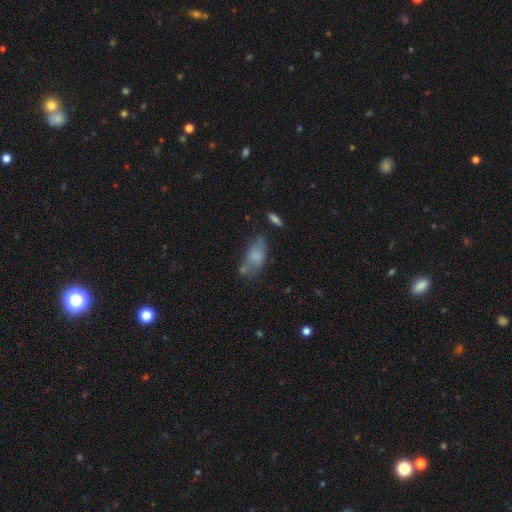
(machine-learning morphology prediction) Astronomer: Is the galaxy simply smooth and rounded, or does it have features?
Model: smooth — 70%.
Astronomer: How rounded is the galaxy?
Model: in between — 87%.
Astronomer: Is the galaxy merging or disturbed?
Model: none — 38% (runner-up: minor disturbance, 28%).